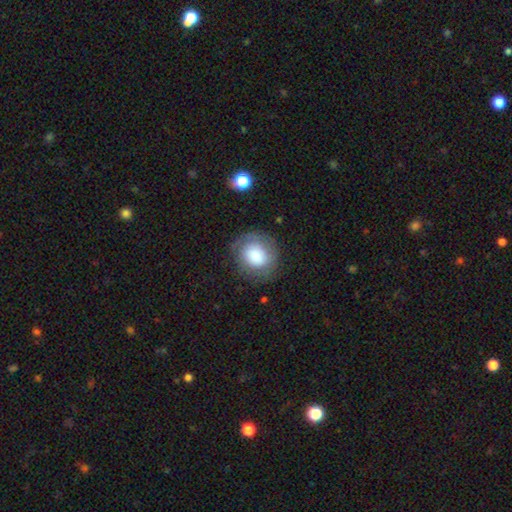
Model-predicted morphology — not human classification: type=smooth (66%); roundness=round (81%); merging=none (75%).